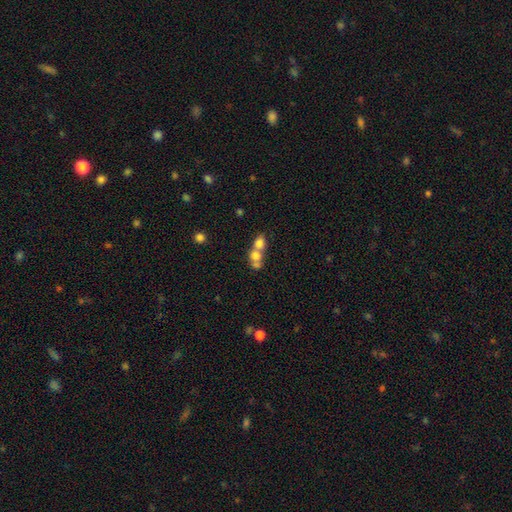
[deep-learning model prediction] This appears to be a smooth galaxy with no disk features (69%) that is round (62%). Merging: merger (70%).